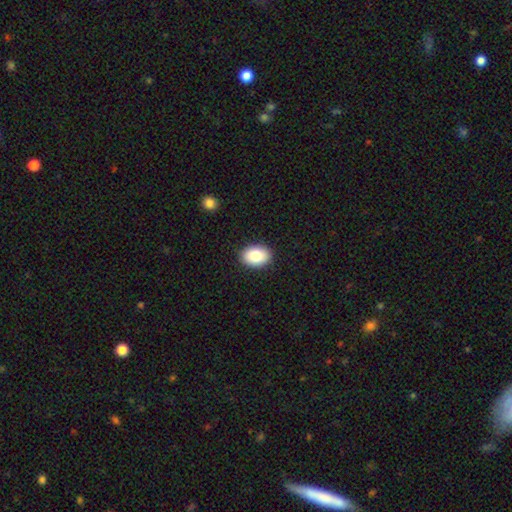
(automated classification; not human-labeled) Smooth or featured? Predicted: smooth (p=0.86). How rounded? Predicted: in between (p=0.81). Merging? Predicted: none (p=0.90).